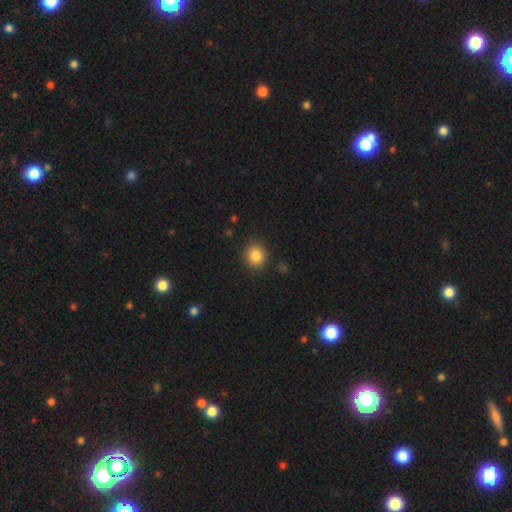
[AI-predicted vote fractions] Smooth or featured? Predicted: smooth (p=0.86). How rounded? Predicted: round (p=0.83). Merging? Predicted: none (p=0.87).